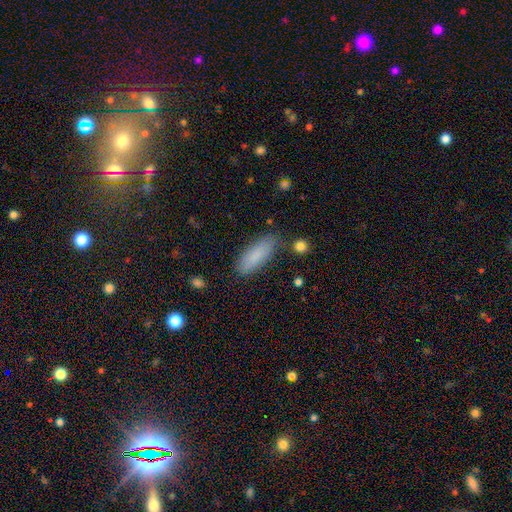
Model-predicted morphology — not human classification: A smooth galaxy with no disk features (86%) that is in between round and cigar-shaped (63%). Merging: none (81%).